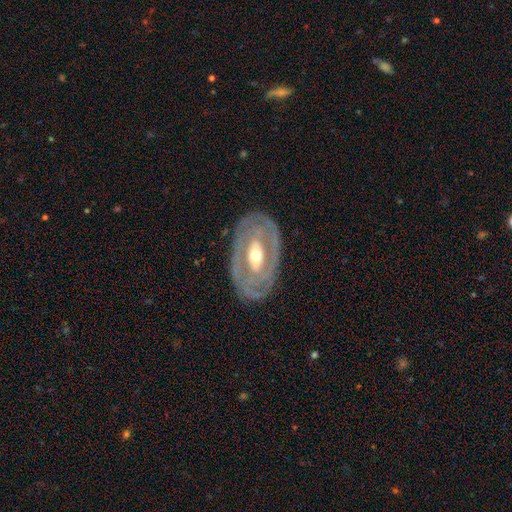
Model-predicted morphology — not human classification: The model was most divided on "bar": no: 40%, weak: 32%, strong: 28%. More confident: edge-on disk — no (92%); merging — none (82%); smooth or featured — featured or disk (78%); bulge size — moderate (61%); spiral arms — yes (60%).